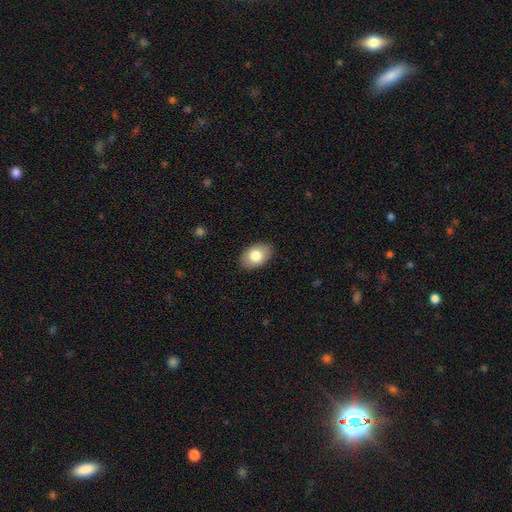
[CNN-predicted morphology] A smooth galaxy with no disk features (80%) that is in between round and cigar-shaped (86%). Merging: none (86%).